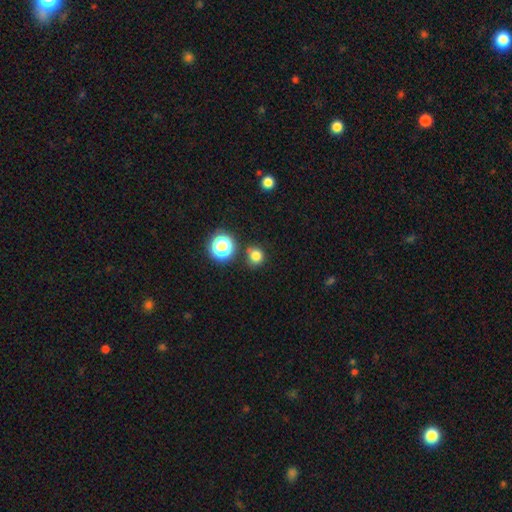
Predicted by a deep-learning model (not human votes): Smooth or featured?
  - smooth: 77% *
  - star or artifact: 18%
  - featured or disk: 5%
How rounded?
  - round: 88% *
  - in between: 11%
  - cigar-shaped: 1%
Merging?
  - none: 80% *
  - minor disturbance: 10%
  - merger: 7%
  - major disturbance: 3%